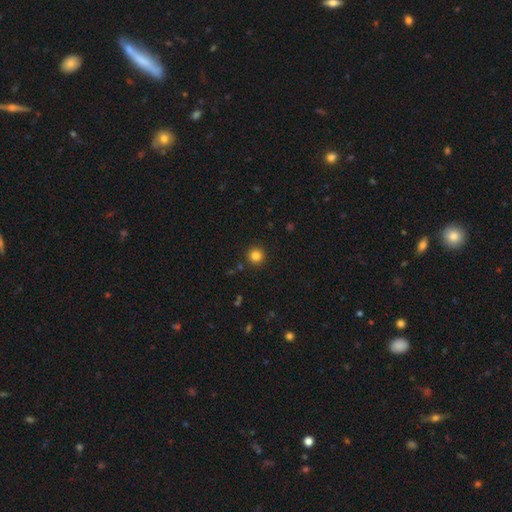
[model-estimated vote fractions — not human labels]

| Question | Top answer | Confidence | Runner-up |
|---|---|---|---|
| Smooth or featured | smooth | 84% | star or artifact (12%) |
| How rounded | round | 95% | in between (4%) |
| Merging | none | 91% | minor disturbance (5%) |